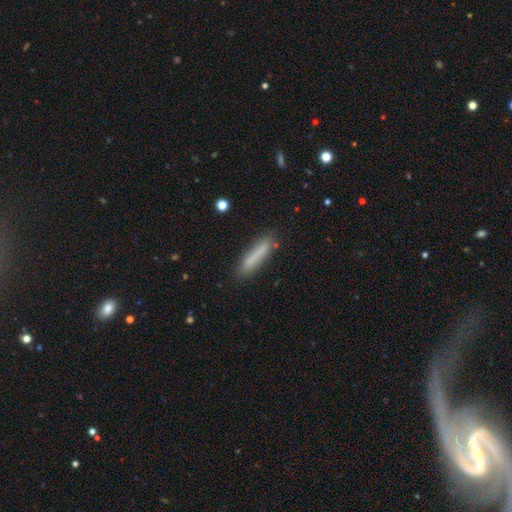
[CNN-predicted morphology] A smooth galaxy with no disk features (76%) that is cigar-shaped (89%).

Vote fractions:
- Smooth or featured? smooth: 76% / featured or disk: 16% / star or artifact: 8%
- How rounded? cigar-shaped: 89% / in between: 10% / round: 1%
- Merging? none: 83% / minor disturbance: 12% / major disturbance: 3% / merger: 2%